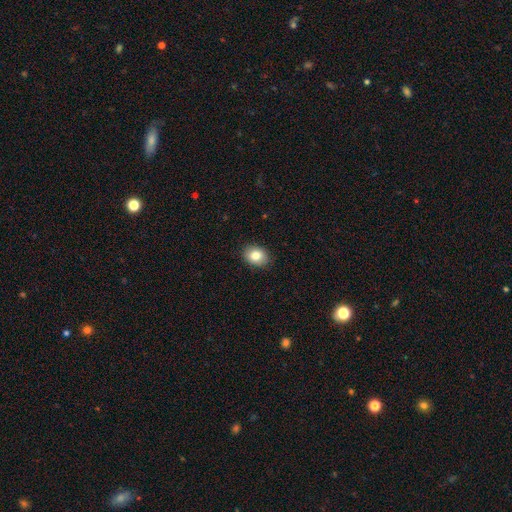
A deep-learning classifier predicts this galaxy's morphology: Q: Smooth or featured?
A: smooth (83%); runner-up: star or artifact (9%)
Q: How rounded?
A: in between (62%); runner-up: round (37%)
Q: Merging?
A: none (89%); runner-up: minor disturbance (8%)